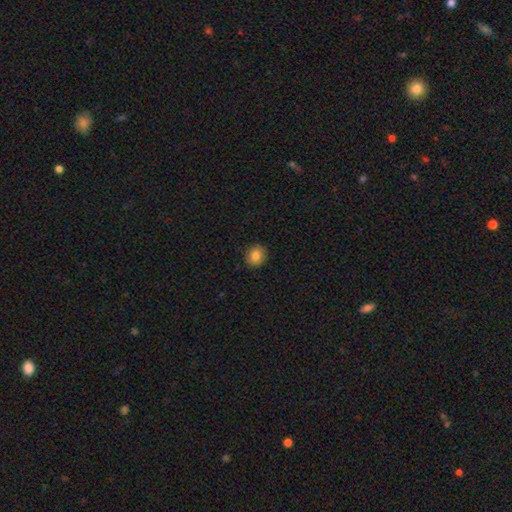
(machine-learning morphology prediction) Smooth or featured: smooth — 83% (star or artifact — 10%)
How rounded: round — 83% (in between — 16%)
Merging: none — 90% (minor disturbance — 7%)